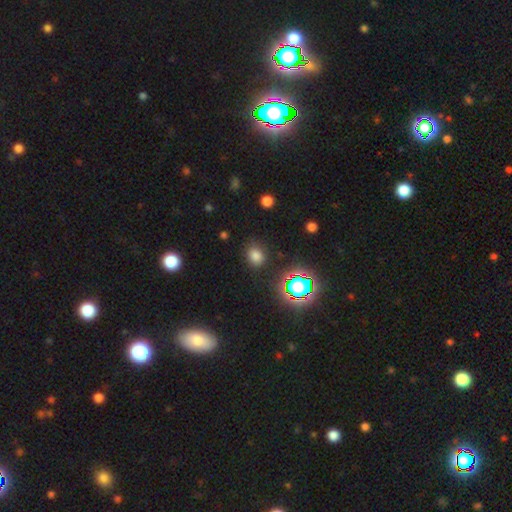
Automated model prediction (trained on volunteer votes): Overall: smooth (72%). How rounded: round (54%; in between 45%). Merging: none (83%).